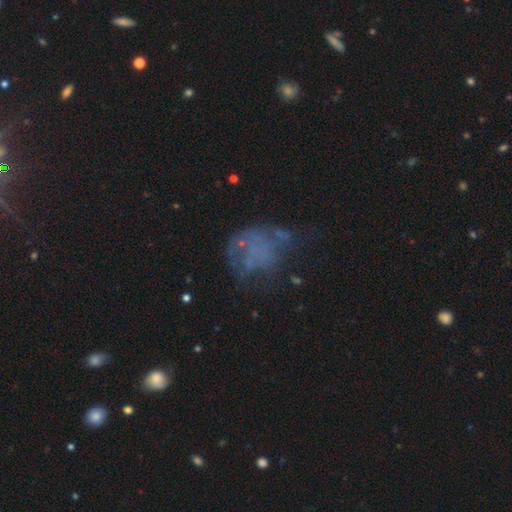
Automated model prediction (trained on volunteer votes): This is marginally a featured or disk galaxy (42%). Merging: marginally none (39%).